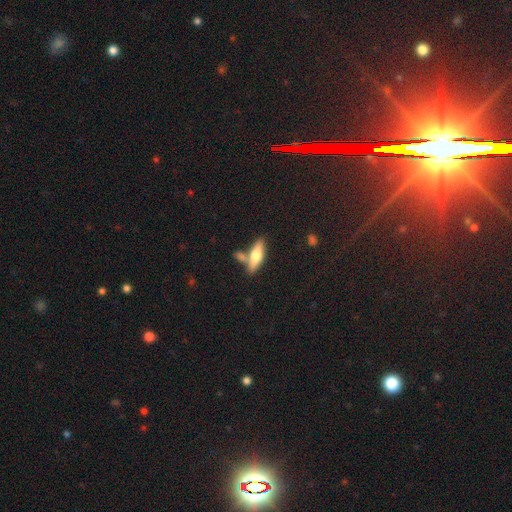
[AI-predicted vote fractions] smooth_or_featured: smooth (p=0.59) [alt: featured or disk p=0.35]
how_rounded: in between (p=0.53) [alt: cigar-shaped p=0.44]
merging: none (p=0.59) [alt: merger p=0.24]